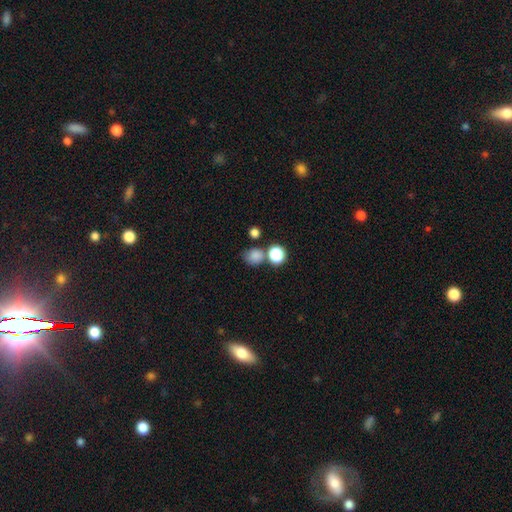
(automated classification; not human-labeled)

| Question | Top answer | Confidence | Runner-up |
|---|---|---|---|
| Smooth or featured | smooth | 80% | star or artifact (14%) |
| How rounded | round | 77% | in between (22%) |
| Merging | none | 60% | merger (23%) |